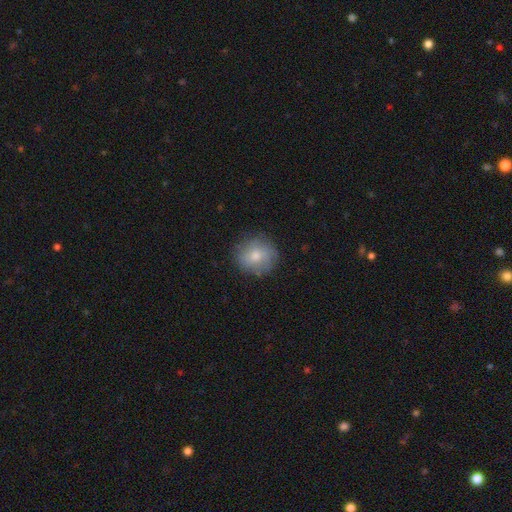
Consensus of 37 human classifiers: Morphology: type=smooth (76%); roundness=round (93%); merging=none (88%).